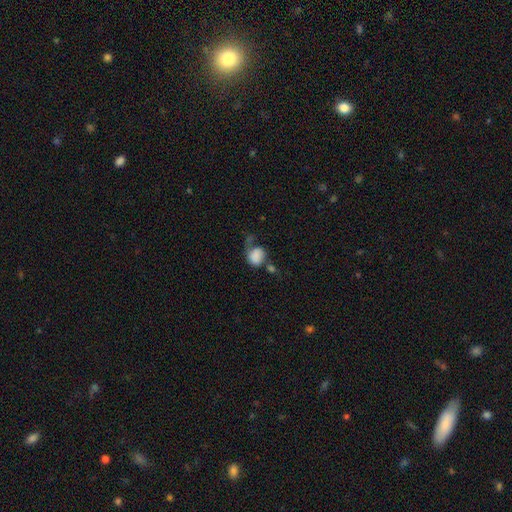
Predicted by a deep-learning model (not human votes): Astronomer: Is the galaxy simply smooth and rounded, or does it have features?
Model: smooth — 75%.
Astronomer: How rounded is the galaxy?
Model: round — 55% (runner-up: in between, 44%).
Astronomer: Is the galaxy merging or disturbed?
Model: major disturbance — 33% (runner-up: none, 27%).